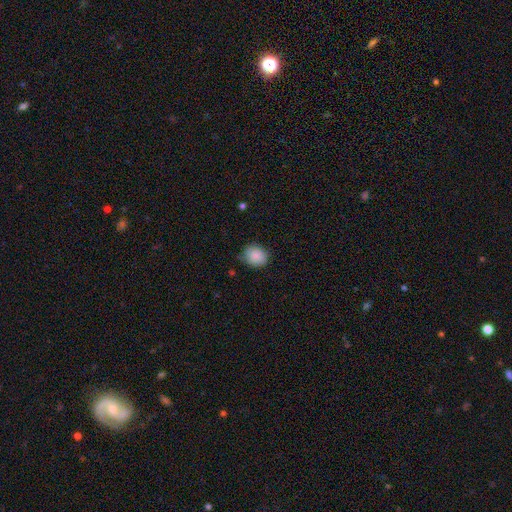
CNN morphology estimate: Overall: smooth (88%). How rounded: round (63%; in between 36%). Merging: none (78%).